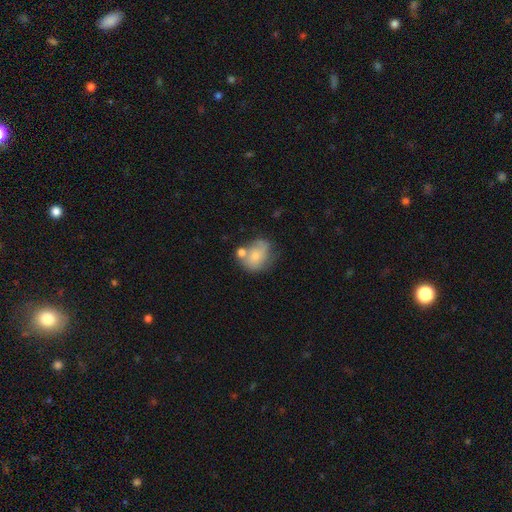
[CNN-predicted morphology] The model was most divided on "how rounded": round: 52%, in between: 47%, cigar-shaped: 1%. Remaining: smooth or featured — smooth (62%); merging — none (35%).